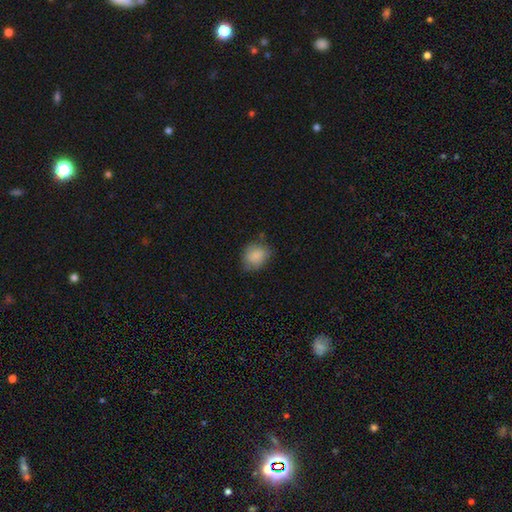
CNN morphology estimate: Smooth or featured?
  - smooth: 86% *
  - star or artifact: 8%
  - featured or disk: 7%
How rounded?
  - round: 52% *
  - in between: 47%
  - cigar-shaped: 1%
Merging?
  - none: 69% *
  - minor disturbance: 24%
  - major disturbance: 5%
  - merger: 2%